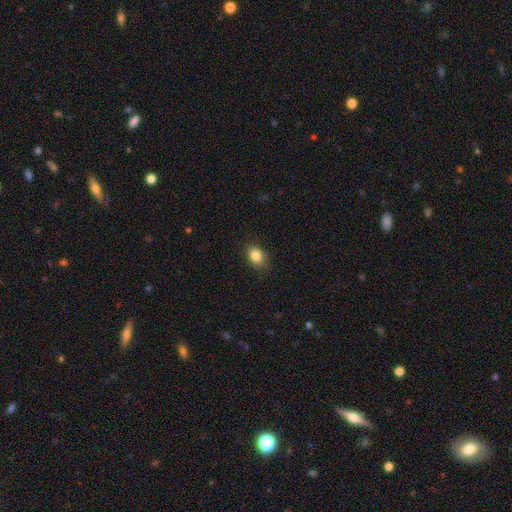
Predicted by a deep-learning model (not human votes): Smooth or featured?
  - smooth: 85% *
  - star or artifact: 9%
  - featured or disk: 6%
How rounded?
  - in between: 68% *
  - round: 31%
  - cigar-shaped: 1%
Merging?
  - none: 83% *
  - minor disturbance: 14%
  - major disturbance: 3%
  - merger: 1%